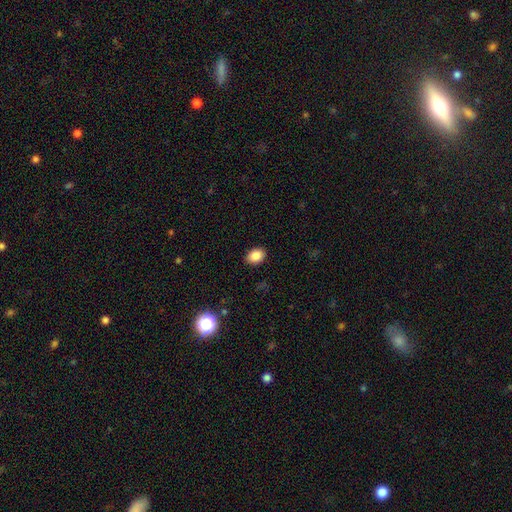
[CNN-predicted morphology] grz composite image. It shows a smooth galaxy with no disk features (87%) that is in between round and cigar-shaped (71%). Merging: none (89%).